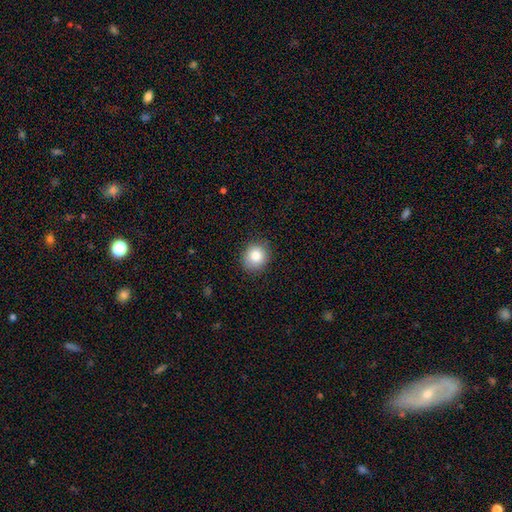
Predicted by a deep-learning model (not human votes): Morphology: type=smooth (83%); roundness=round (78%); merging=none (86%).